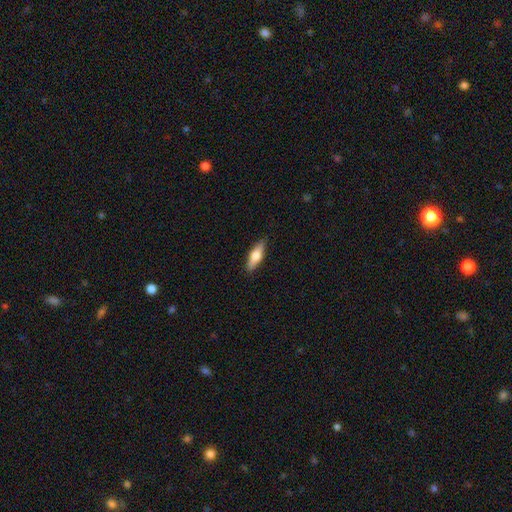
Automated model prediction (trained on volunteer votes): This is possibly a smooth galaxy (58%). How rounded: possibly in between (51%). Merging: clearly none (88%).